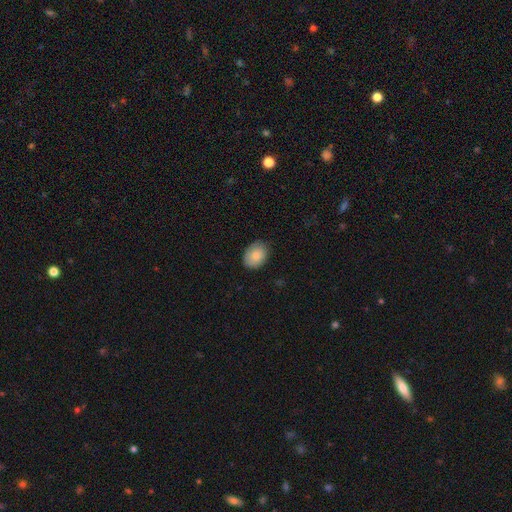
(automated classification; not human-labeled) Morphology: type=smooth (83%); roundness=in between (67%); merging=none (79%).